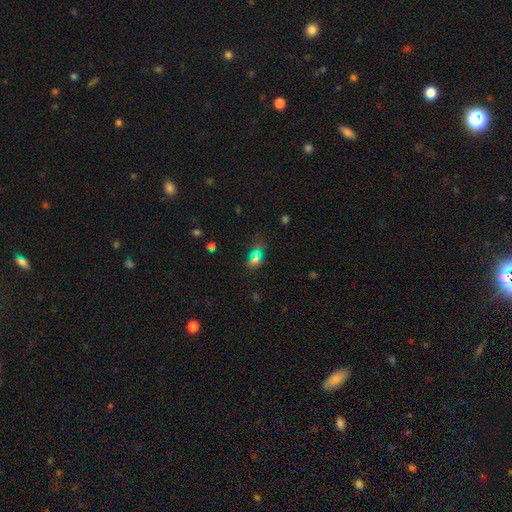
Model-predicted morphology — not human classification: smooth 47%, star or artifact 41%, featured or disk 11%. Down the decision tree: merging — none (71%).